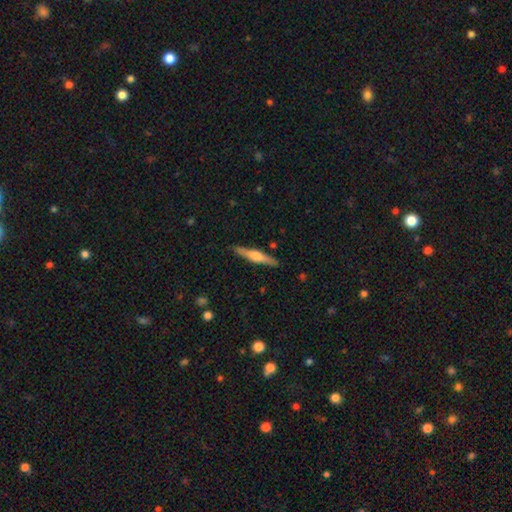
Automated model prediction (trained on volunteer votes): The model was most divided on "smooth or featured": featured or disk: 63%, smooth: 32%, star or artifact: 5%. More confident: edge-on disk — yes (97%); merging — none (90%); edge-on bulge — rounded (84%).